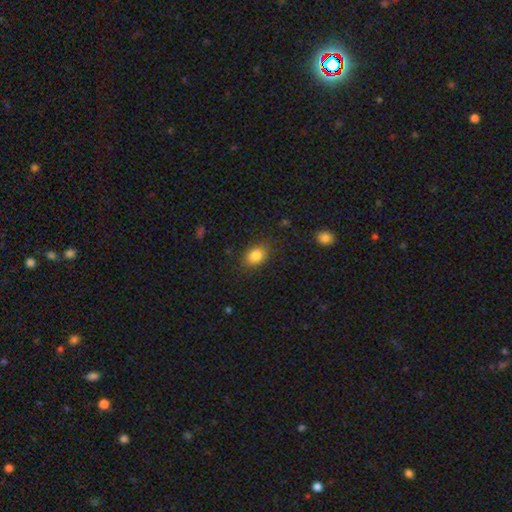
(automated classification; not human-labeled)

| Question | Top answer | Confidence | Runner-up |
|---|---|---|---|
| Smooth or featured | smooth | 85% | star or artifact (9%) |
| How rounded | in between | 69% | round (29%) |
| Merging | none | 83% | minor disturbance (12%) |